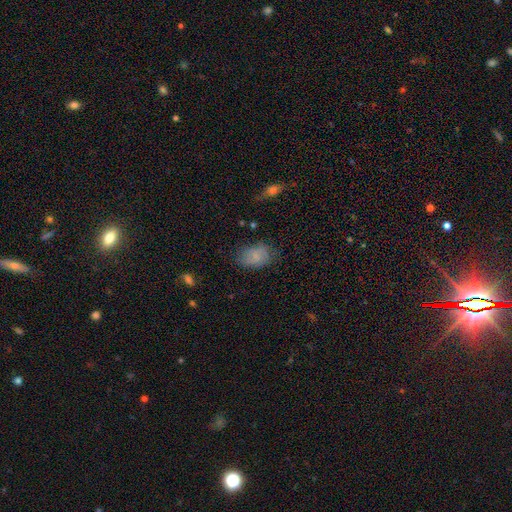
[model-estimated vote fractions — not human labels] Q: Smooth or featured?
A: smooth (74%); runner-up: featured or disk (17%)
Q: How rounded?
A: in between (82%); runner-up: round (16%)
Q: Merging?
A: none (68%); runner-up: minor disturbance (23%)